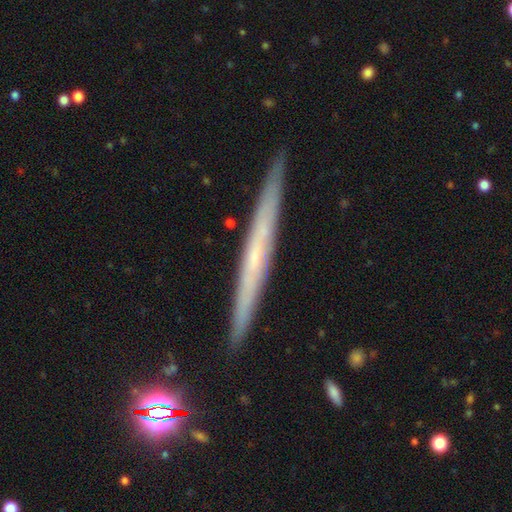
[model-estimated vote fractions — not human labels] This appears to be a featured or disk galaxy (65%) viewed edge-on (96%) with no central bulge (77%). Merging: none (91%).